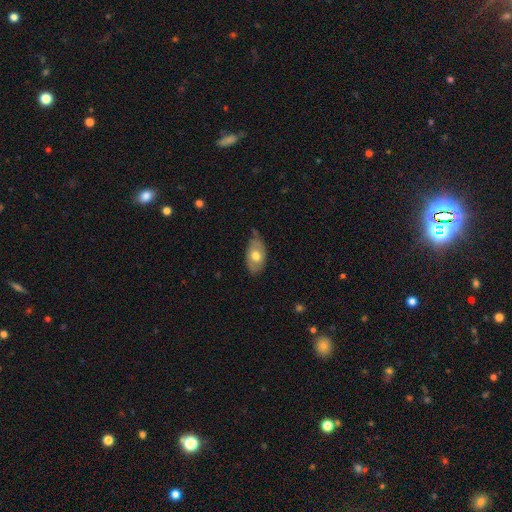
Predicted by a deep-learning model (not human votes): Smooth or featured? Predicted: smooth (p=0.63). How rounded? Predicted: in between (p=0.91). Merging? Predicted: none (p=0.58).